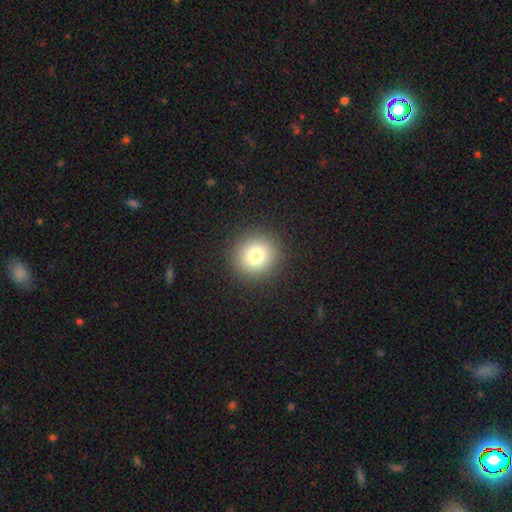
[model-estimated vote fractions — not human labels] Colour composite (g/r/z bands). It shows a smooth galaxy with no disk features (78%) that is round (91%). Merging: none (91%).